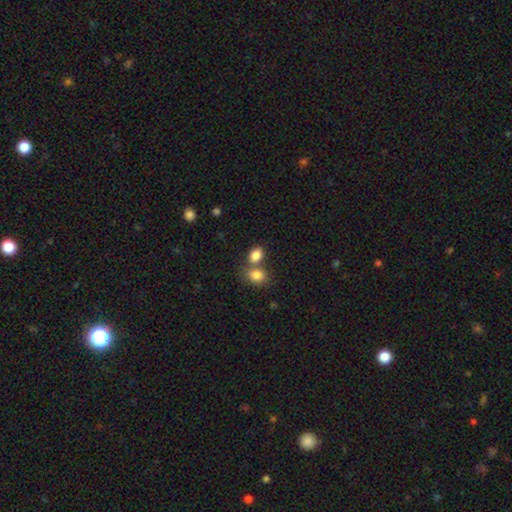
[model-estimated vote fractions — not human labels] This is clearly a smooth galaxy (85%). How rounded: likely in between (72%). Merging: possibly none (45%).